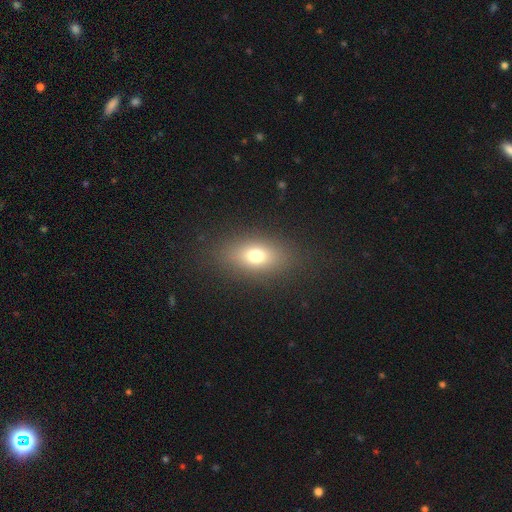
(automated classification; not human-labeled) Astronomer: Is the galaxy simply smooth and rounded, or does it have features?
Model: smooth — 73%.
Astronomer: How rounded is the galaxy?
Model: in between — 79%.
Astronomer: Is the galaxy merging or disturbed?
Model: none — 85%.